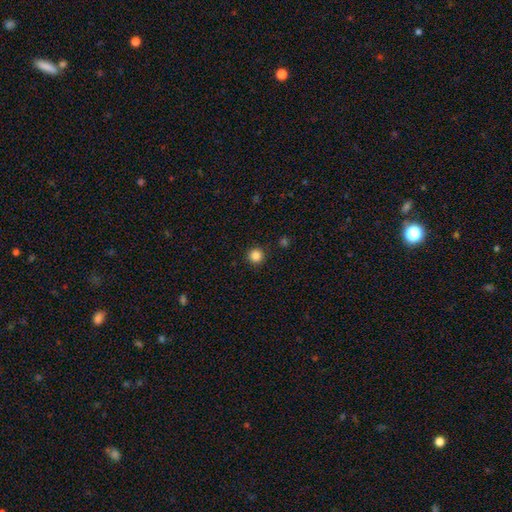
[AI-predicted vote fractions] smooth-or-featured: smooth: 85% | star or artifact: 11% | featured or disk: 4%
  how-rounded: round: 96% | in between: 3% | cigar-shaped: 1%
  merging: none: 92% | minor disturbance: 5% | major disturbance: 2% | merger: 1%